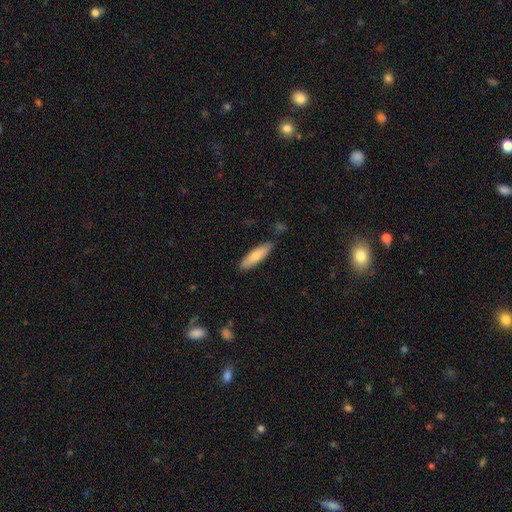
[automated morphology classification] type=smooth (76%); roundness=cigar-shaped (60%); merging=none (84%).